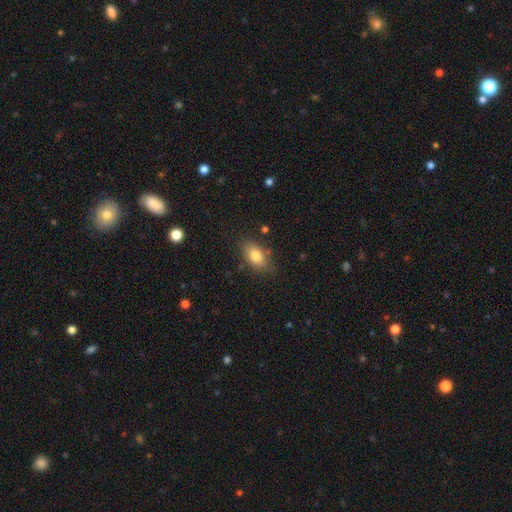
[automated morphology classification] Smooth or featured: smooth — 80% (featured or disk — 12%)
How rounded: in between — 85% (round — 11%)
Merging: none — 78% (minor disturbance — 16%)